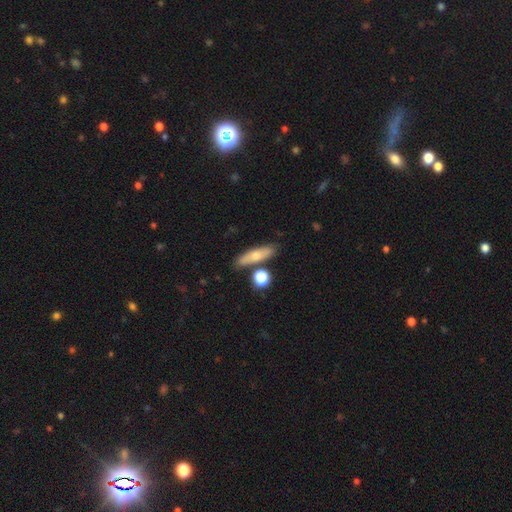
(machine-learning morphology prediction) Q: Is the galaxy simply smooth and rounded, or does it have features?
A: smooth — 62%.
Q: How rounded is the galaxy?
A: cigar-shaped — 56%.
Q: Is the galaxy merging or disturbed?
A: none — 75%.